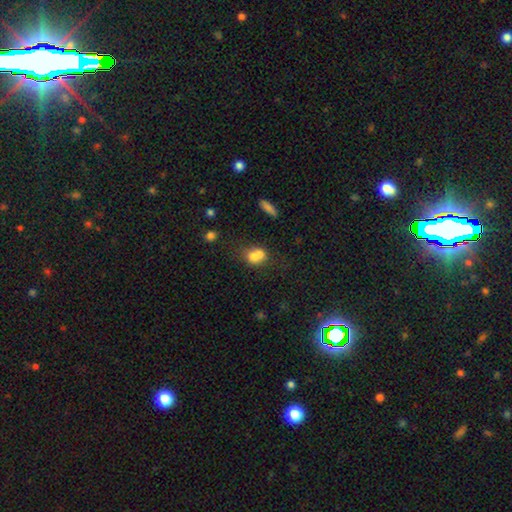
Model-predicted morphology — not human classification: Smooth or featured? smooth (68%)
How rounded? round (60%)
Merging? merger (63%)